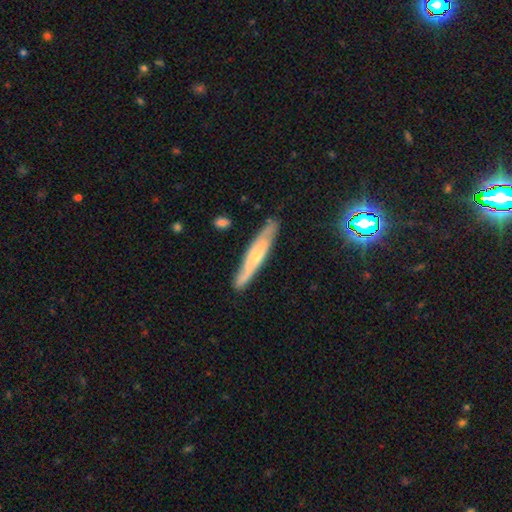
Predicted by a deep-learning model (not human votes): Q: Smooth or featured?
A: featured or disk (55%); runner-up: smooth (39%)
Q: Edge-on disk?
A: yes (70%); runner-up: no (30%)
Q: Merging?
A: none (82%); runner-up: minor disturbance (14%)